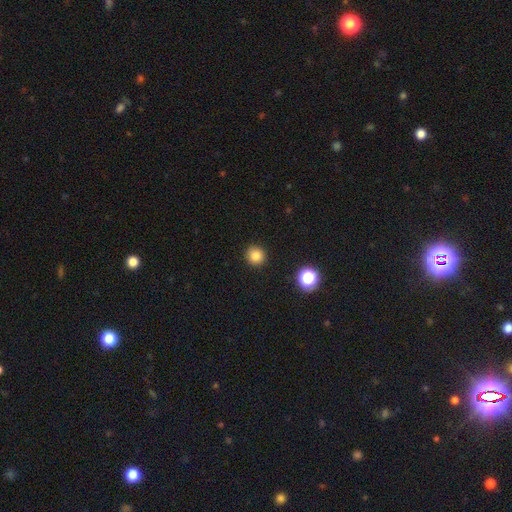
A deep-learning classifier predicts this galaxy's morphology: A smooth galaxy with no disk features (82%) that is round (93%). Merging: none (92%).